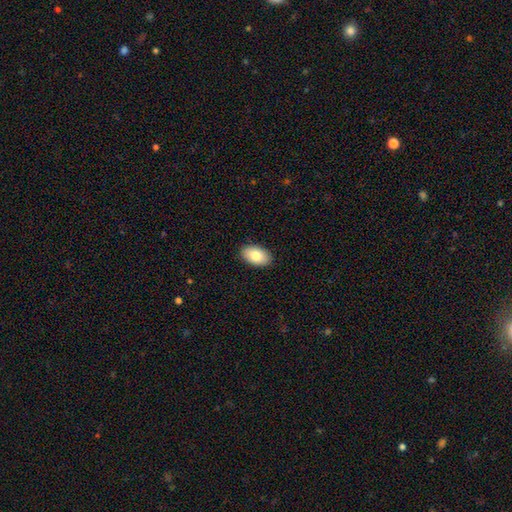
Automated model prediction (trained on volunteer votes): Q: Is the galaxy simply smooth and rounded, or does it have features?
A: smooth — 83%.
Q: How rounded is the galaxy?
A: in between — 94%.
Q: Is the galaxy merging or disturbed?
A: none — 90%.